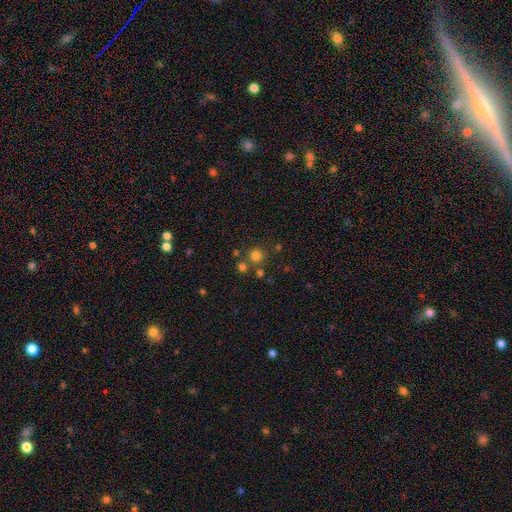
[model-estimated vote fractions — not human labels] The model was most divided on "smooth or featured": smooth: 75%, star or artifact: 19%, featured or disk: 7%. More confident: how rounded — round (93%); merging — none (74%).